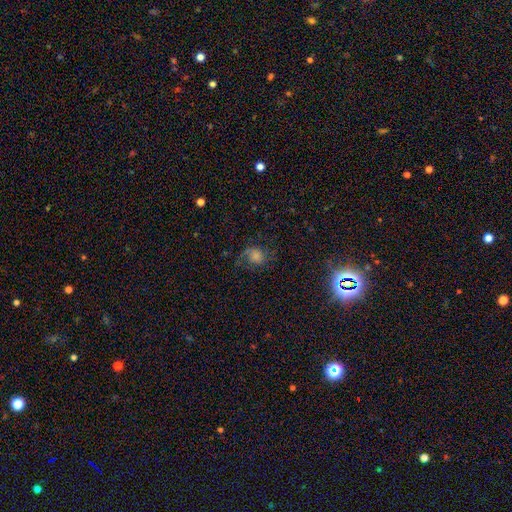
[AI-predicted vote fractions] Q: Smooth or featured?
A: featured or disk (43%); runner-up: smooth (29%)
Q: Merging?
A: none (61%); runner-up: minor disturbance (19%)